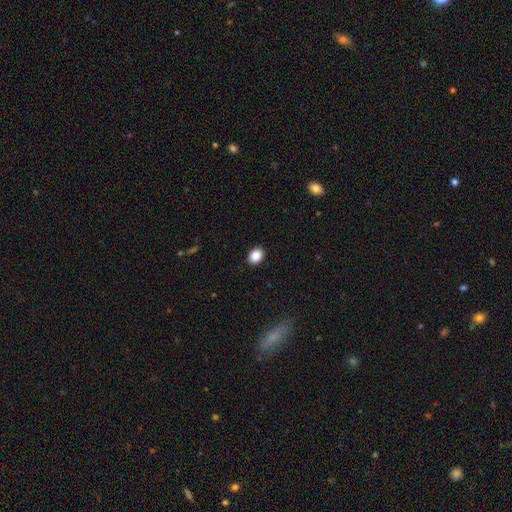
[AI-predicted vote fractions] Overall: smooth (88%). How rounded: in between (57%; round 42%). Merging: none (90%).